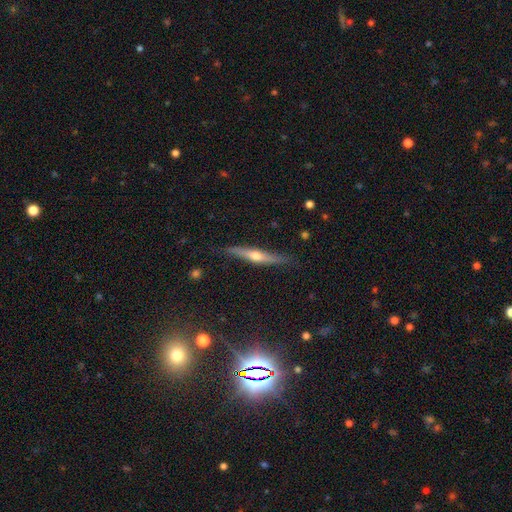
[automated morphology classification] Smooth or featured?
  - featured or disk: 66% *
  - smooth: 27%
  - star or artifact: 7%
Edge-on disk?
  - yes: 95% *
  - no: 5%
Edge-on bulge?
  - rounded: 88% *
  - none: 8%
  - boxy: 4%
Merging?
  - none: 84% *
  - minor disturbance: 13%
  - major disturbance: 2%
  - merger: 1%